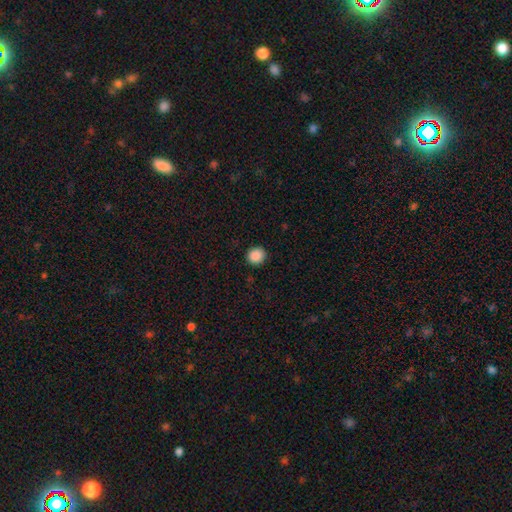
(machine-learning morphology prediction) smooth_or_featured: smooth (p=0.89) [alt: star or artifact p=0.09]
how_rounded: round (p=0.90) [alt: in between p=0.09]
merging: none (p=0.91) [alt: minor disturbance p=0.06]